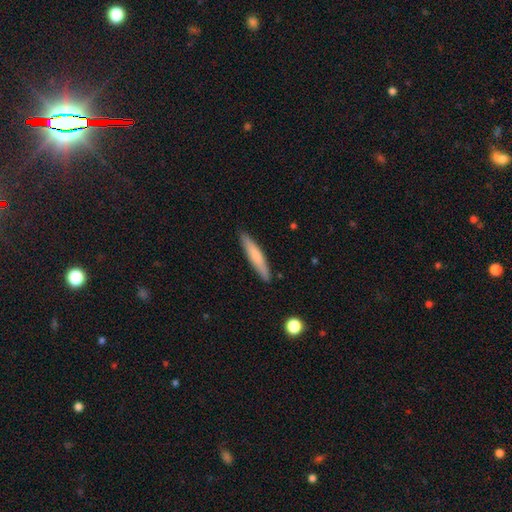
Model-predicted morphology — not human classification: smooth_or_featured: smooth (p=0.69) [alt: featured or disk p=0.25]
how_rounded: cigar-shaped (p=0.91) [alt: in between p=0.07]
merging: none (p=0.90) [alt: minor disturbance p=0.08]